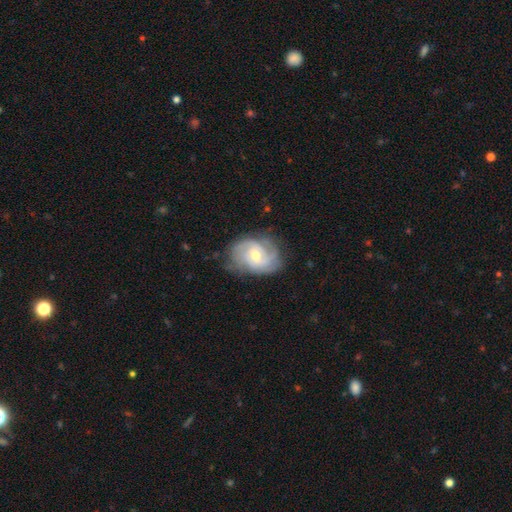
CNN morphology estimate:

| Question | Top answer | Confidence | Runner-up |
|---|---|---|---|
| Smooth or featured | featured or disk | 80% | smooth (15%) |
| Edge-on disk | no | 97% | yes (3%) |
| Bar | weak | 48% | no (42%) |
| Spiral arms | yes | 93% | no (7%) |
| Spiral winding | tight | 57% | medium (34%) |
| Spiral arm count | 2 | 38% | can't tell (29%) |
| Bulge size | moderate | 60% | small (35%) |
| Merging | none | 69% | minor disturbance (22%) |